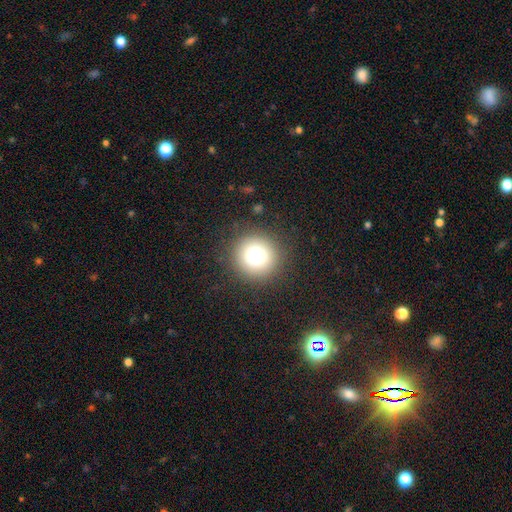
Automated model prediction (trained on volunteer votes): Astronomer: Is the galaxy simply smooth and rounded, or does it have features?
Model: smooth — 76%.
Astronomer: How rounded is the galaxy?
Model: round — 95%.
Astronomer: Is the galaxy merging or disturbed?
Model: none — 89%.